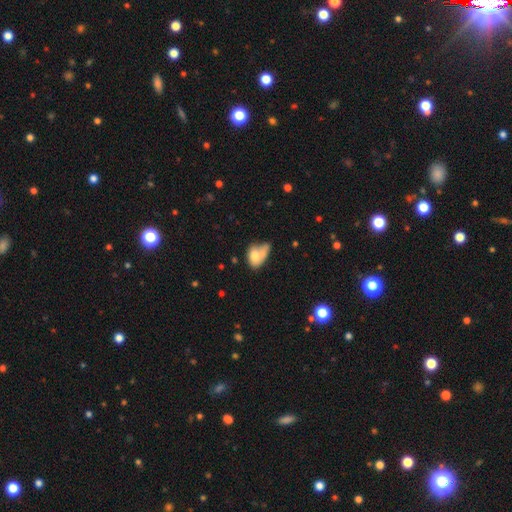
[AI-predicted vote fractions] Morphology: type=smooth (70%); roundness=in between (79%); merging=merger (44%).